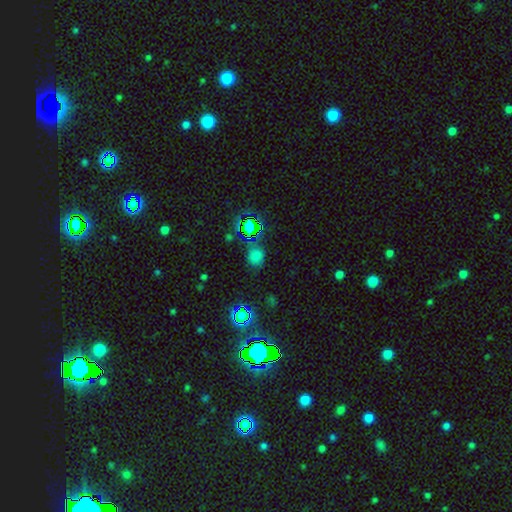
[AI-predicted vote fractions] The model was most divided on "smooth or featured": smooth: 59%, star or artifact: 35%, featured or disk: 6%. More confident: merging — none (72%); how rounded — round (68%).